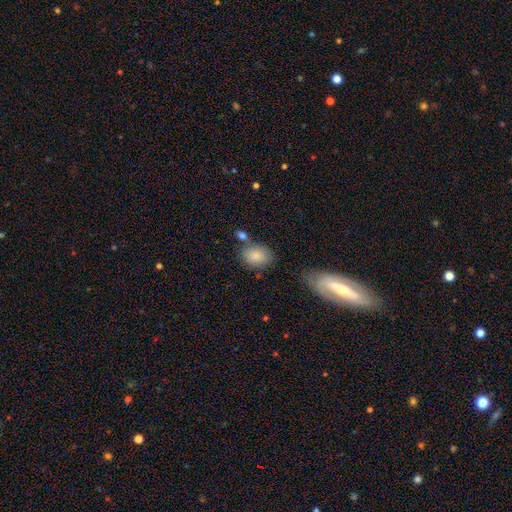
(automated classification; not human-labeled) Smooth or featured? smooth (86%)
How rounded? in between (68%)
Merging? none (66%)